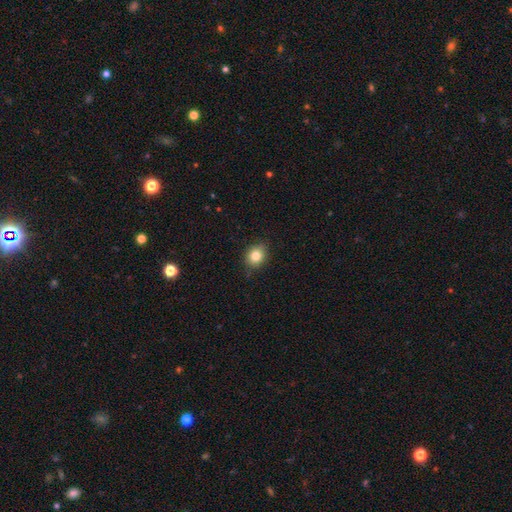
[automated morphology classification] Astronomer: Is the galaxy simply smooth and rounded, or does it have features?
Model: smooth — 82%.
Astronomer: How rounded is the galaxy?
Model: round — 59% (runner-up: in between, 40%).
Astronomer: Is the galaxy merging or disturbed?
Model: none — 84%.